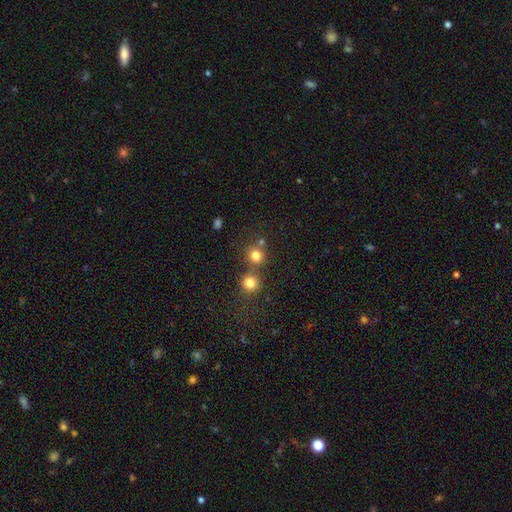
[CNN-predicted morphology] Smooth or featured? Predicted: smooth (p=0.79). How rounded? Predicted: round (p=0.89). Merging? Predicted: none (p=0.65).